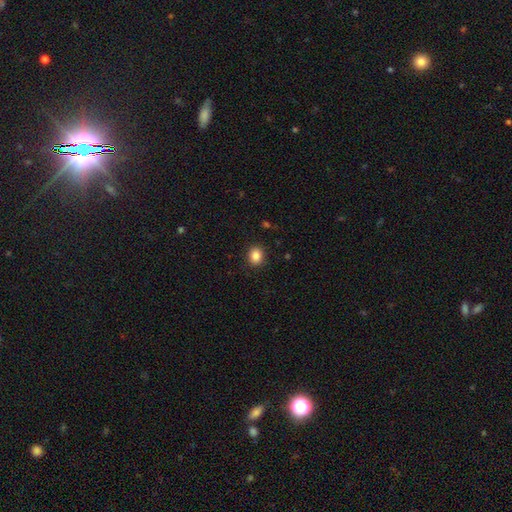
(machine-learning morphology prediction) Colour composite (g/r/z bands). It shows a smooth galaxy with no disk features (86%) that is round (63%). Merging: none (90%).